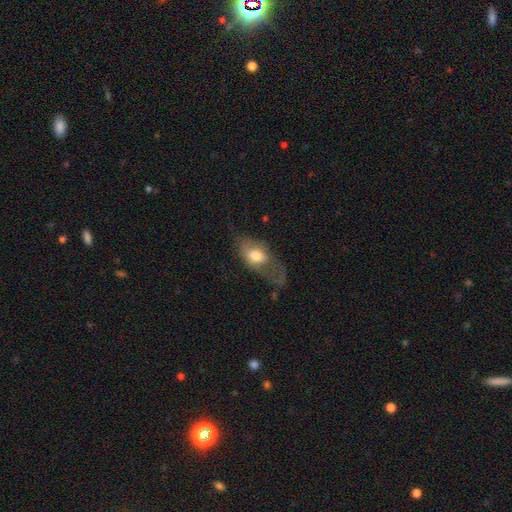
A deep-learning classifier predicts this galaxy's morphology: A smooth galaxy with no disk features (56%) that is in between round and cigar-shaped (87%).

Vote fractions:
- Smooth or featured? smooth: 56% / featured or disk: 37% / star or artifact: 7%
- How rounded? in between: 87% / round: 8% / cigar-shaped: 4%
- Merging? major disturbance: 44% / none: 29% / minor disturbance: 24% / merger: 3%